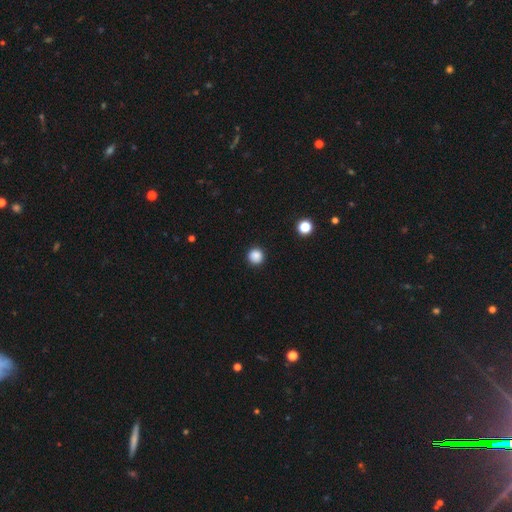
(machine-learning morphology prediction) Smooth or featured: smooth — 87% (star or artifact — 11%)
How rounded: round — 95% (in between — 4%)
Merging: none — 92% (minor disturbance — 5%)